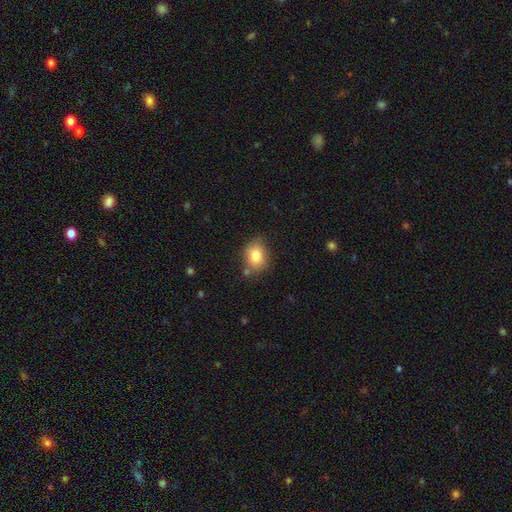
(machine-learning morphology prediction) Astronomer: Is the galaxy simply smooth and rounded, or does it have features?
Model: smooth — 81%.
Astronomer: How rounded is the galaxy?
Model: in between — 63%.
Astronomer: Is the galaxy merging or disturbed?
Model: none — 72%.